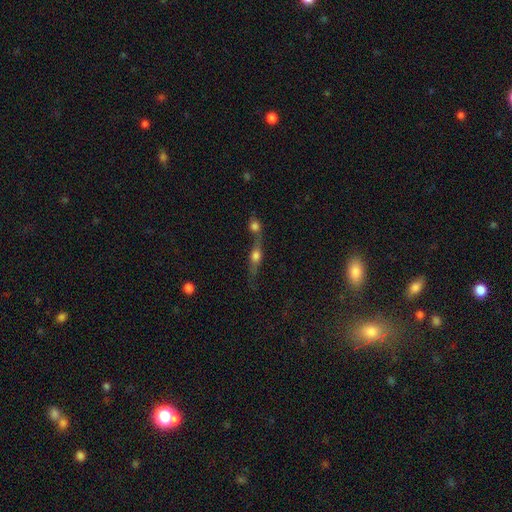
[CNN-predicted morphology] Overall: featured or disk (44%; smooth 43%). Merging: merger (57%; none 30%).